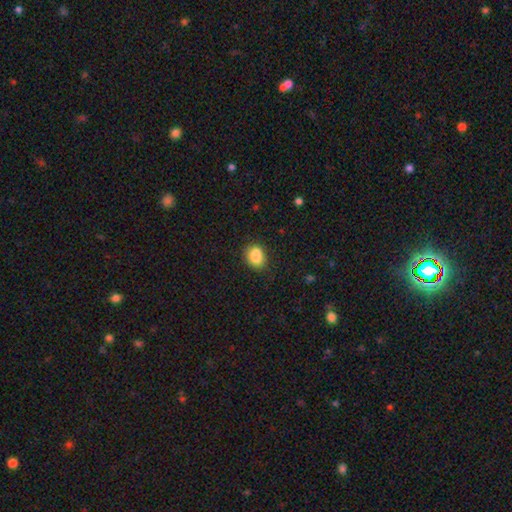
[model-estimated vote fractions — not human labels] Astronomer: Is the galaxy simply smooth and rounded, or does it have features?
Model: smooth — 86%.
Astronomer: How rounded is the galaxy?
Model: in between — 62% (runner-up: round, 37%).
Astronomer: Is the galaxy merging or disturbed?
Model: none — 77%.